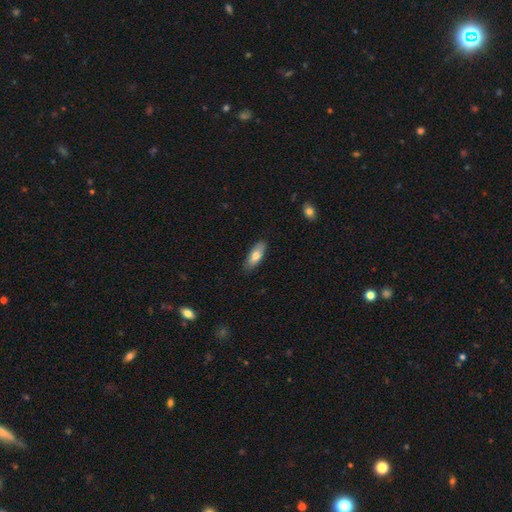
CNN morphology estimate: Smooth or featured: smooth — 75% (featured or disk — 19%)
How rounded: in between — 77% (cigar-shaped — 21%)
Merging: none — 84% (minor disturbance — 13%)